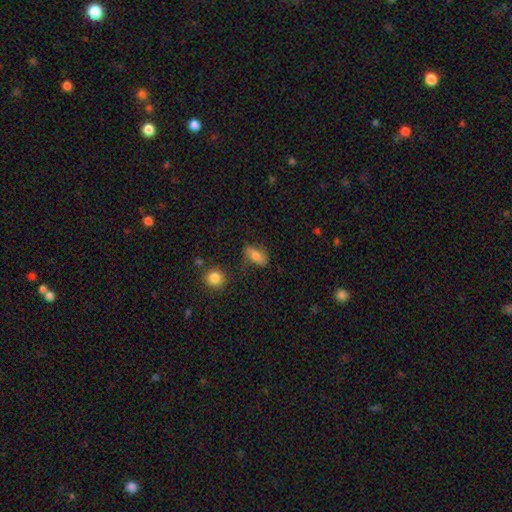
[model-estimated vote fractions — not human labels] smooth_or_featured: smooth (p=0.68) [alt: featured or disk p=0.23]
how_rounded: in between (p=0.74) [alt: cigar-shaped p=0.18]
merging: none (p=0.65) [alt: minor disturbance p=0.22]